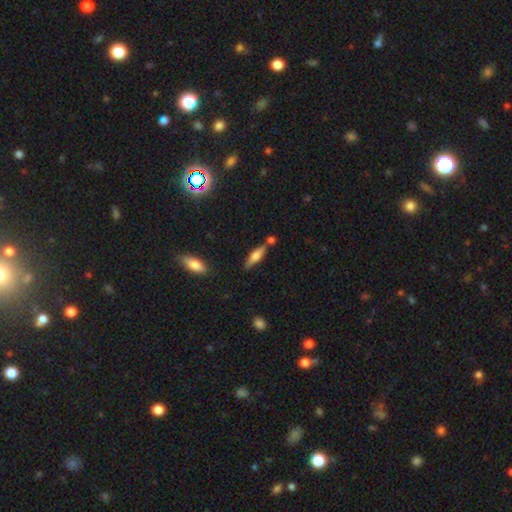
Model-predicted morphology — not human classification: Overall: smooth (54%; featured or disk 39%). How rounded: cigar-shaped (66%; in between 31%). Merging: none (73%).